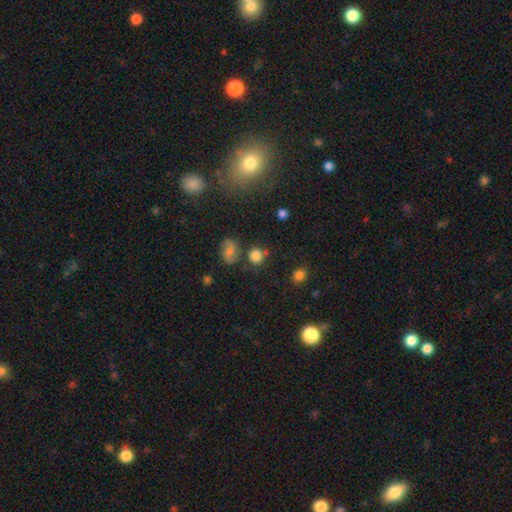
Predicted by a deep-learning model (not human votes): Smooth or featured? smooth (77%)
How rounded? round (85%)
Merging? none (67%)